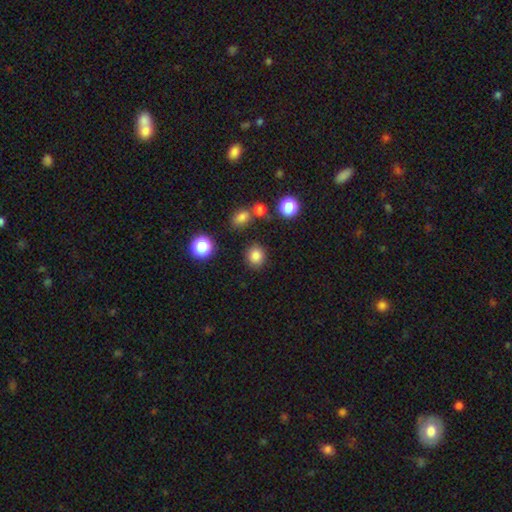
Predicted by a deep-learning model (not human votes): The model was most divided on "how rounded": round: 82%, in between: 17%, cigar-shaped: 1%. More confident: merging — none (86%); smooth or featured — smooth (83%).